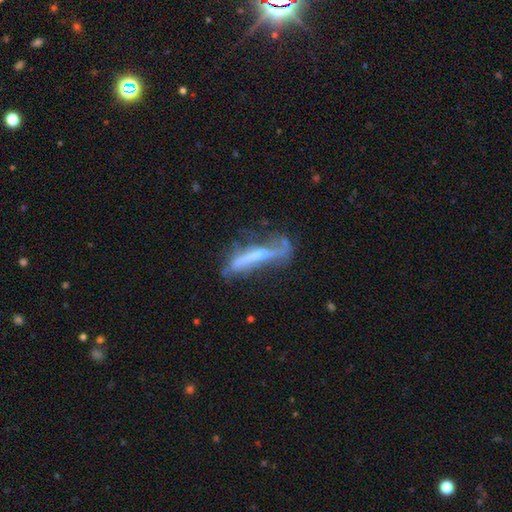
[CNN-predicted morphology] featured or disk 63%, smooth 28%, star or artifact 9%. Down the decision tree: edge-on disk — yes (53%); merging — none (38%).